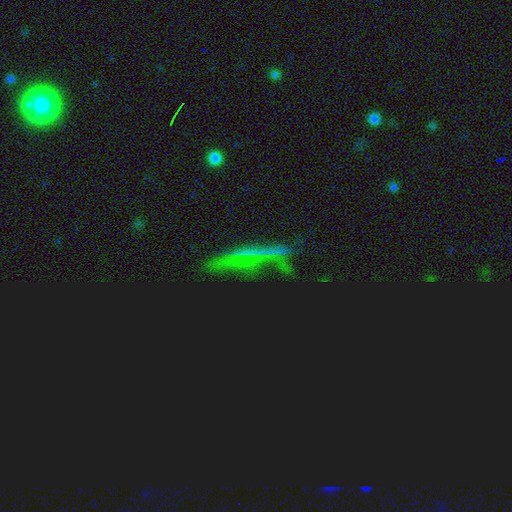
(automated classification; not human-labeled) smooth-or-featured: star or artifact: 59% | smooth: 22% | featured or disk: 19%